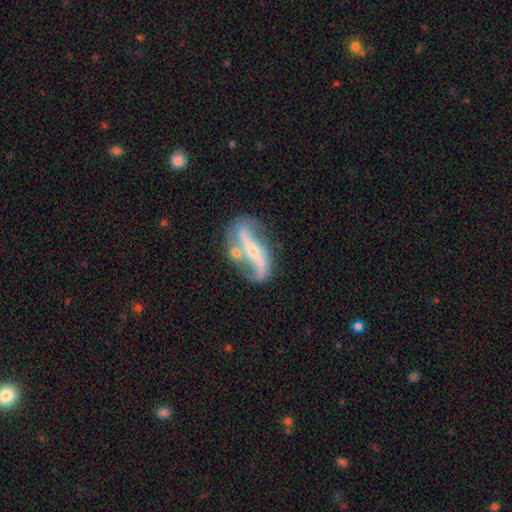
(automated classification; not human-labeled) smooth_or_featured: featured or disk (p=0.84) [alt: smooth p=0.10]
disk_edge_on: no (p=0.85) [alt: yes p=0.15]
bar: strong (p=0.52) [alt: no p=0.27]
has_spiral_arms: yes (p=0.90) [alt: no p=0.10]
spiral_winding: loose (p=0.66) [alt: medium p=0.23]
spiral_arm_count: 2 (p=0.89) [alt: can't tell p=0.04]
bulge_size: small (p=0.67) [alt: moderate p=0.27]
merging: none (p=0.57) [alt: minor disturbance p=0.19]